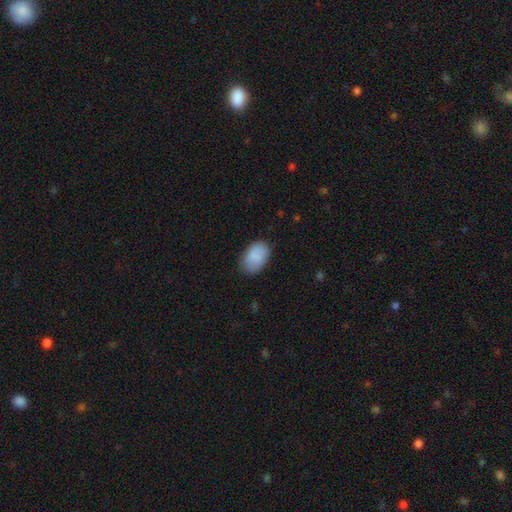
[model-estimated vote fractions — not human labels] The model was most divided on "merging": none: 78%, minor disturbance: 17%, major disturbance: 4%, merger: 1%. More confident: how rounded — in between (88%); smooth or featured — smooth (87%).